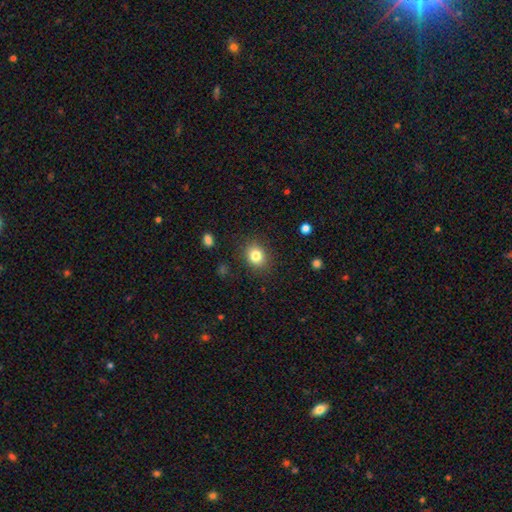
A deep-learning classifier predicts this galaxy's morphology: This is clearly a smooth galaxy (83%). How rounded: likely round (62%). Merging: clearly none (86%).